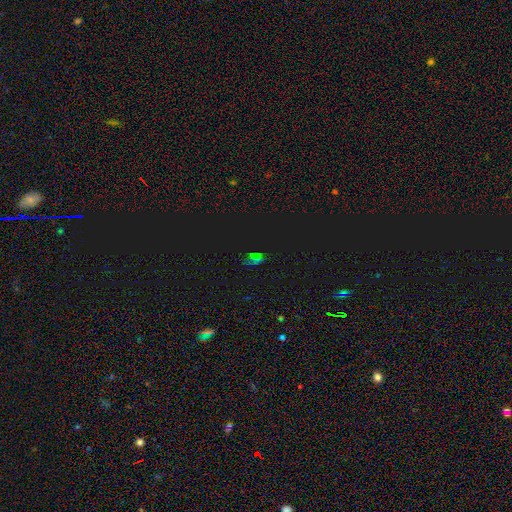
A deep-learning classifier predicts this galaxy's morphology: star or artifact 62%, smooth 26%, featured or disk 11%.